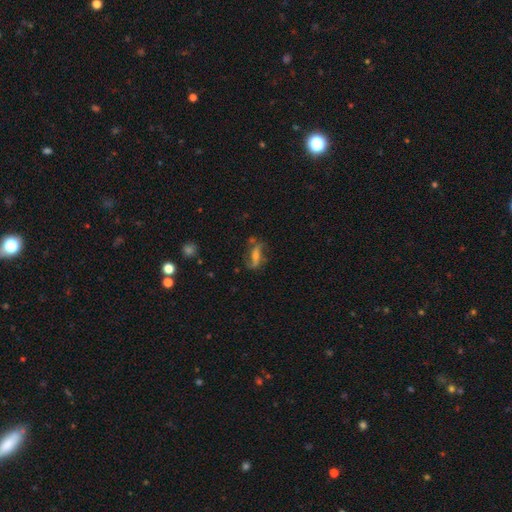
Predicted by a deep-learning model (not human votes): Q: Smooth or featured?
A: featured or disk (66%); runner-up: smooth (22%)
Q: Edge-on disk?
A: no (79%); runner-up: yes (21%)
Q: Bar?
A: strong (39%); runner-up: weak (31%)
Q: Spiral arms?
A: yes (83%); runner-up: no (17%)
Q: Bulge size?
A: small (43%); runner-up: moderate (42%)
Q: Merging?
A: none (65%); runner-up: minor disturbance (19%)